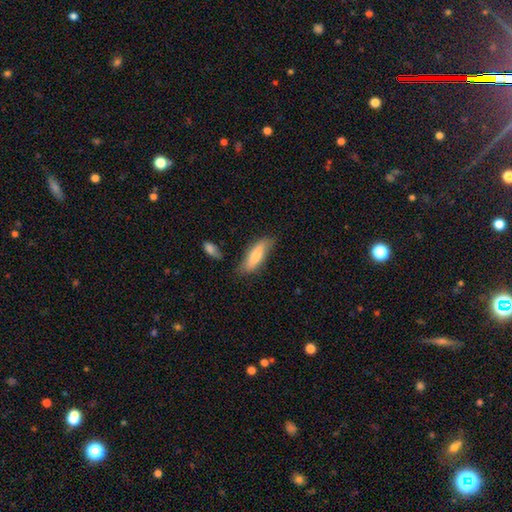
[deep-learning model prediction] Smooth or featured: smooth — 76% (featured or disk — 18%)
How rounded: in between — 50% (cigar-shaped — 48%)
Merging: none — 64% (minor disturbance — 24%)